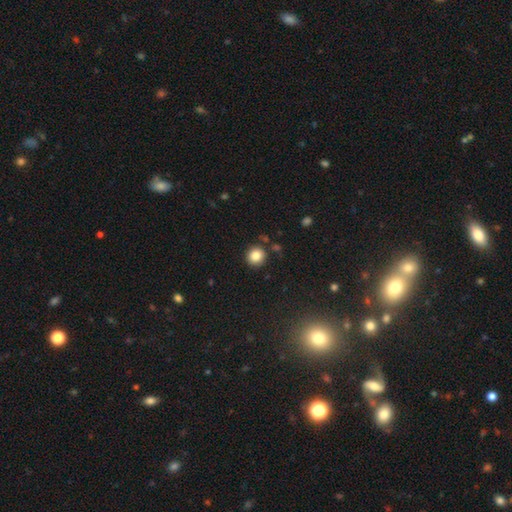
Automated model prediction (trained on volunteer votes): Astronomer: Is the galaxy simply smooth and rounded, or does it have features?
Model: smooth — 84%.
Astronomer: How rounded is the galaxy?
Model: round — 92%.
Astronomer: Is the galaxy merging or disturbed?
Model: none — 88%.